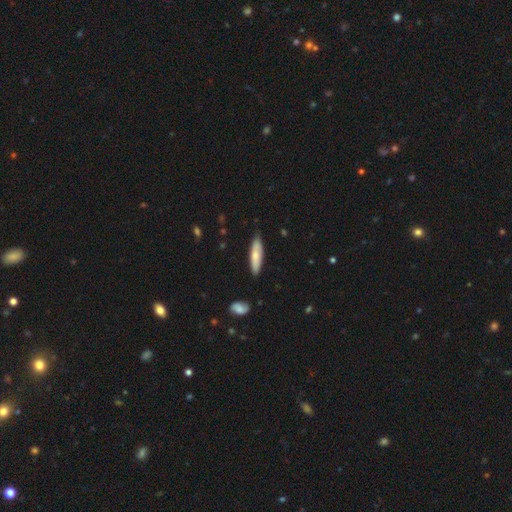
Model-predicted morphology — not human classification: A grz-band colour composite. It shows a smooth galaxy with no disk features (73%) that is cigar-shaped (70%). Merging: none (81%).